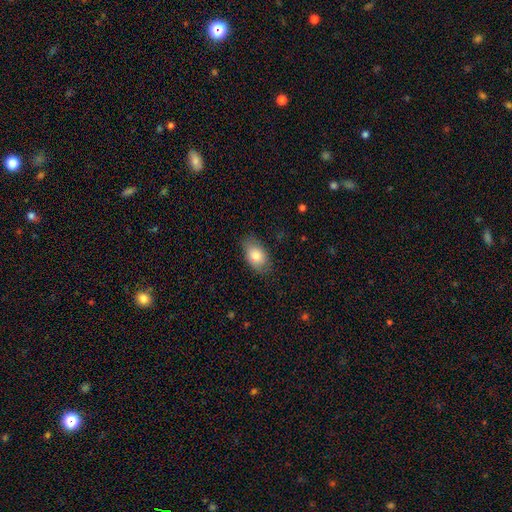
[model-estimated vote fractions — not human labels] The model was most divided on "merging": none: 75%, minor disturbance: 19%, major disturbance: 5%, merger: 1%. More confident: how rounded — in between (90%); smooth or featured — smooth (82%).